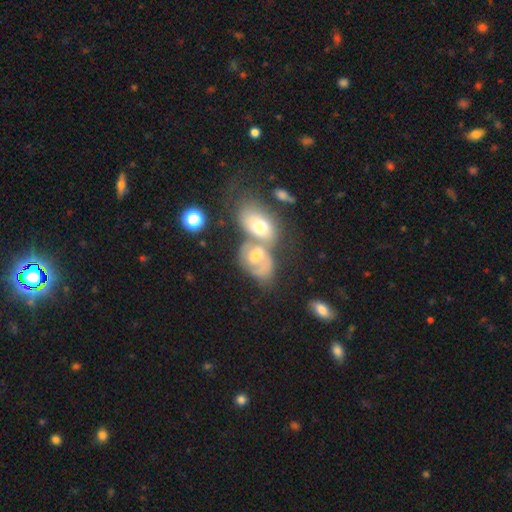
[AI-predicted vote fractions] A featured or disk galaxy (47%).

Vote fractions:
- Smooth or featured? featured or disk: 47% / smooth: 44% / star or artifact: 9%
- Merging? merger: 65% / none: 16% / minor disturbance: 9% / major disturbance: 9%